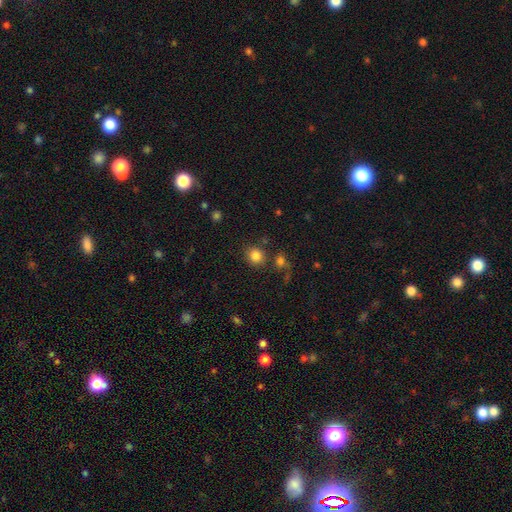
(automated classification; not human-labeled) Smooth or featured? smooth (84%)
How rounded? round (82%)
Merging? none (79%)